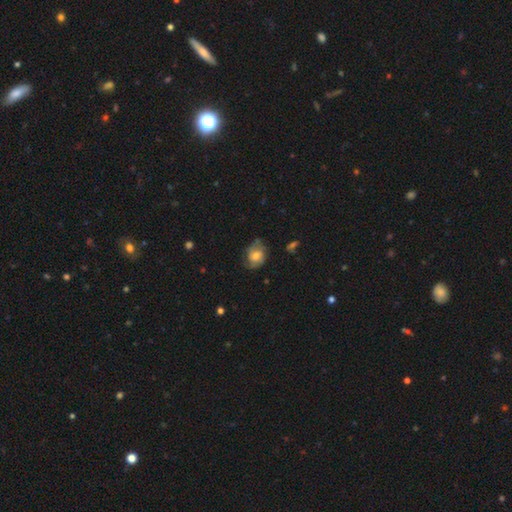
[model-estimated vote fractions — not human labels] Q: Smooth or featured?
A: smooth (47%); runner-up: featured or disk (44%)
Q: Merging?
A: none (61%); runner-up: minor disturbance (27%)